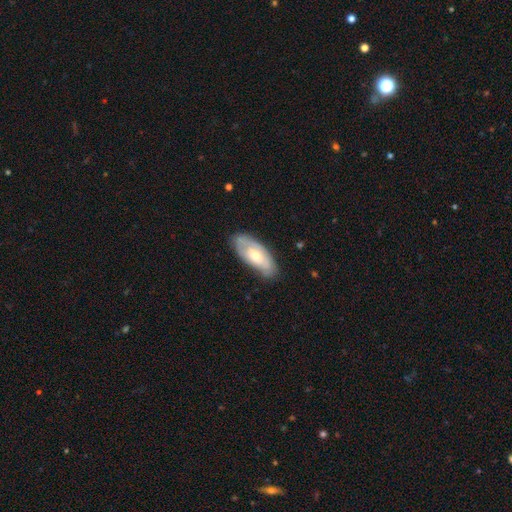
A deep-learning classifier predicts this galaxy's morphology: smooth-or-featured: smooth: 48% | featured or disk: 47% | star or artifact: 5%
  merging: none: 73% | minor disturbance: 21% | major disturbance: 5% | merger: 1%